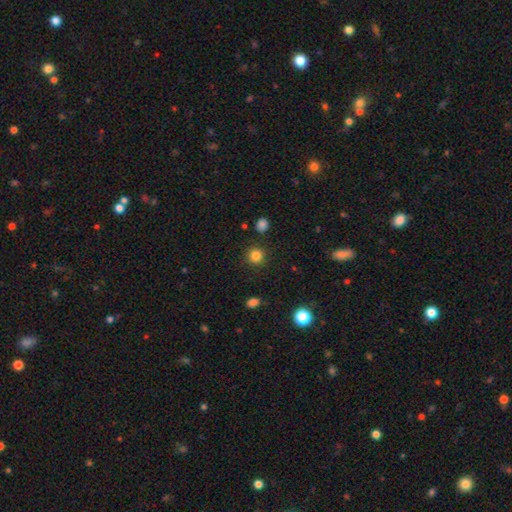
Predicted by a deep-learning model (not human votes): Overall: smooth (84%). How rounded: round (93%). Merging: none (90%).